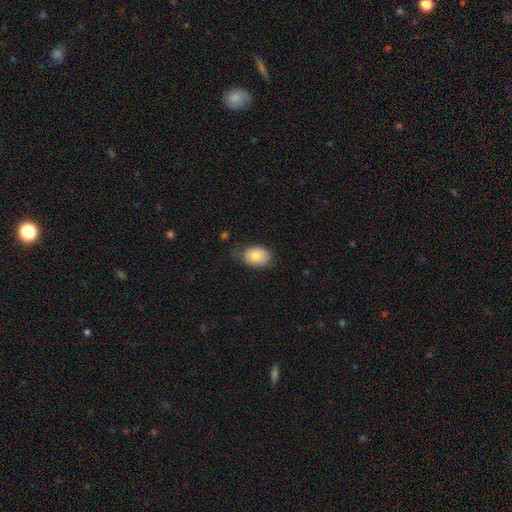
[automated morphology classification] This appears to be a smooth galaxy with no disk features (81%) that is in between round and cigar-shaped (75%). Merging: none (66%).